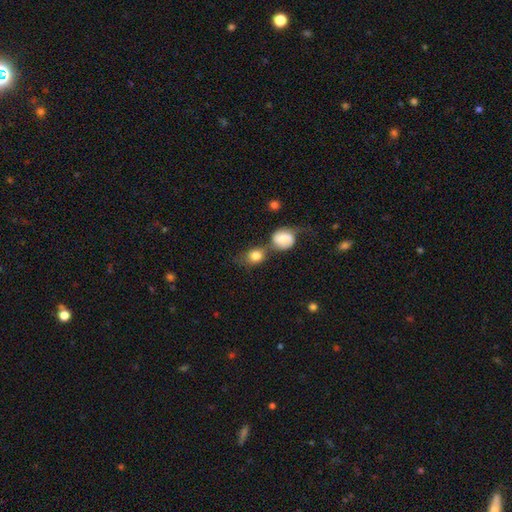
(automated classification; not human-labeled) smooth_or_featured: smooth (p=0.78) [alt: featured or disk p=0.15]
how_rounded: round (p=0.61) [alt: in between p=0.37]
merging: merger (p=0.41) [alt: none p=0.35]